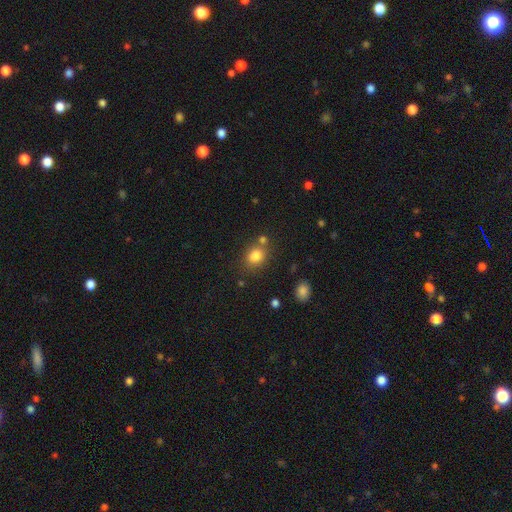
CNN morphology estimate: Smooth or featured?
  - smooth: 82% *
  - star or artifact: 11%
  - featured or disk: 7%
How rounded?
  - round: 53% *
  - in between: 46%
  - cigar-shaped: 1%
Merging?
  - none: 66% *
  - merger: 17%
  - minor disturbance: 13%
  - major disturbance: 4%